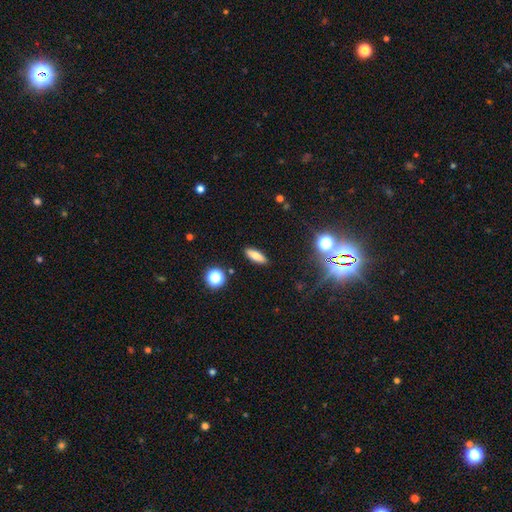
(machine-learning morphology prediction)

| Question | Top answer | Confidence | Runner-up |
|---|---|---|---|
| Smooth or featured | smooth | 75% | featured or disk (14%) |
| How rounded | in between | 54% | cigar-shaped (41%) |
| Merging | none | 90% | minor disturbance (7%) |